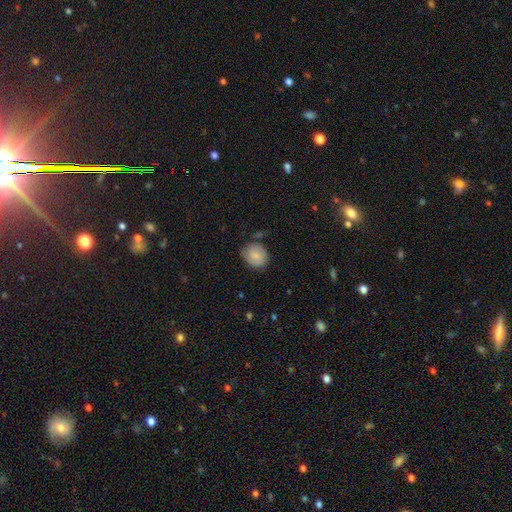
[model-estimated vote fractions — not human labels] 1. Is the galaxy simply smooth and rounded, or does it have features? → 80% smooth, 13% featured or disk, 8% star or artifact.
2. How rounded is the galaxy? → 73% round, 26% in between, 1% cigar-shaped.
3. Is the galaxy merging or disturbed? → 70% none, 21% minor disturbance, 5% major disturbance, 4% merger.